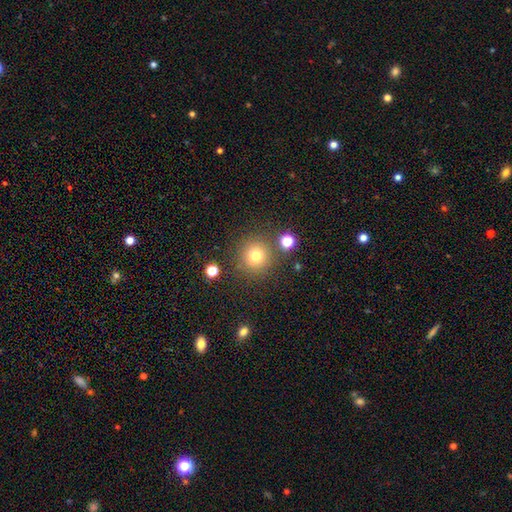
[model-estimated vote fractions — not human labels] Smooth or featured? Predicted: smooth (p=0.76). How rounded? Predicted: round (p=0.94). Merging? Predicted: none (p=0.83).